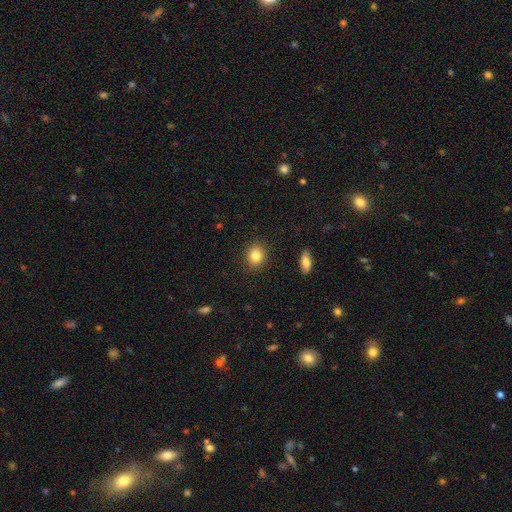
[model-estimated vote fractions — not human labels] smooth 84%, star or artifact 9%, featured or disk 7%. Down the decision tree: how rounded — round (61%); merging — none (87%).